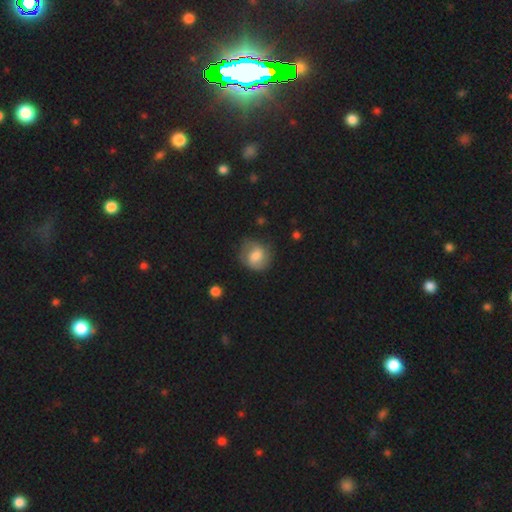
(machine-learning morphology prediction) Smooth or featured? smooth (48%)
Merging? none (69%)